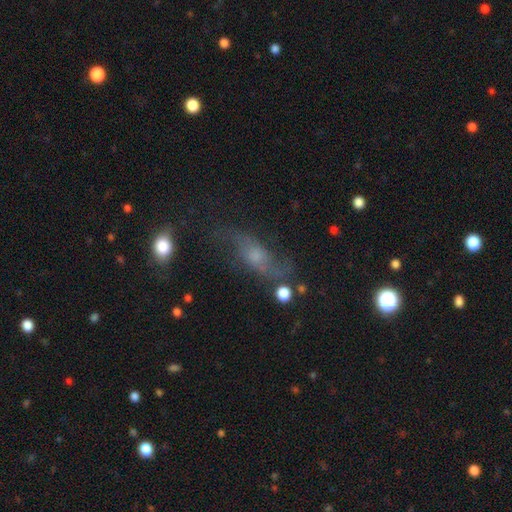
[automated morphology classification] The model was most divided on "smooth or featured": featured or disk: 59%, smooth: 22%, star or artifact: 19%. More confident: edge-on disk — no (79%); merging — none (62%).